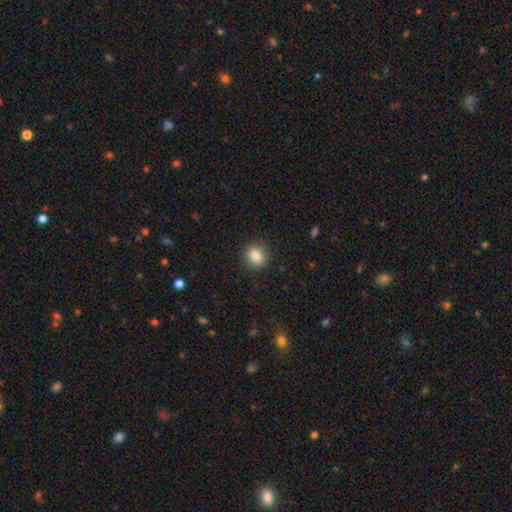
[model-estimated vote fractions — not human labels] Smooth or featured: smooth — 84% (star or artifact — 10%)
How rounded: round — 79% (in between — 20%)
Merging: none — 90% (minor disturbance — 7%)